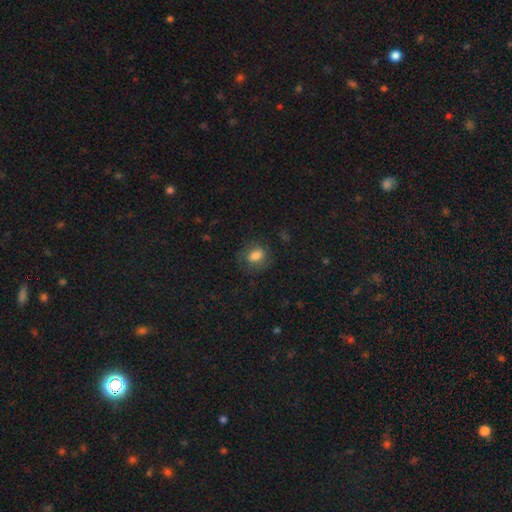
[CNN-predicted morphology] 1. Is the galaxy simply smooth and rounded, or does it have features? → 72% smooth, 18% featured or disk, 10% star or artifact.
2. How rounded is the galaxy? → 64% in between, 35% round, 2% cigar-shaped.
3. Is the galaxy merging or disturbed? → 67% none, 20% minor disturbance, 13% major disturbance, 1% merger.